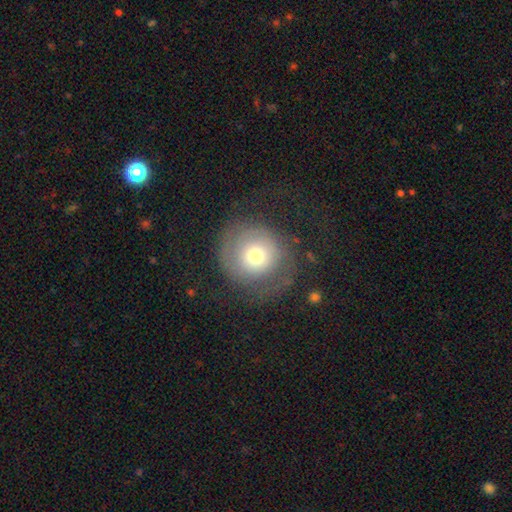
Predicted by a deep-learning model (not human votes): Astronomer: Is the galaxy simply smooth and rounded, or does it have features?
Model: smooth — 63%.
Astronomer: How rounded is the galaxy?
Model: round — 92%.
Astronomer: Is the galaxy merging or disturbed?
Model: none — 56%.